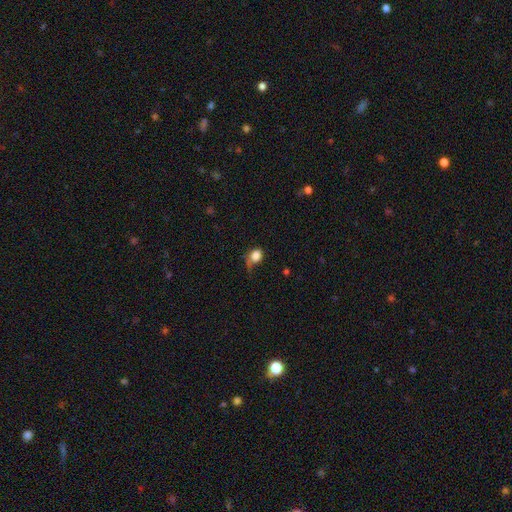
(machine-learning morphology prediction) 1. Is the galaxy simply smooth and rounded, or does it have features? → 79% smooth, 11% featured or disk, 10% star or artifact.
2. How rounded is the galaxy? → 56% round, 43% in between, 2% cigar-shaped.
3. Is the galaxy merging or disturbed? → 34% none, 32% major disturbance, 29% minor disturbance, 5% merger.